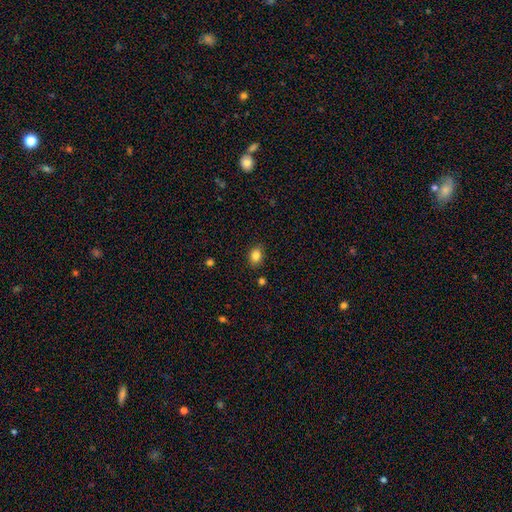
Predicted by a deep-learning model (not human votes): smooth_or_featured: smooth (p=0.84) [alt: star or artifact p=0.10]
how_rounded: in between (p=0.69) [alt: round p=0.29]
merging: none (p=0.85) [alt: minor disturbance p=0.11]